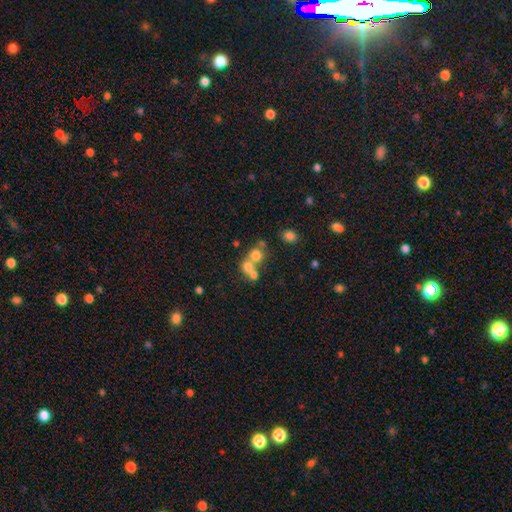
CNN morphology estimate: Smooth or featured?
  - smooth: 65% *
  - featured or disk: 19%
  - star or artifact: 16%
How rounded?
  - round: 82% *
  - in between: 17%
  - cigar-shaped: 1%
Merging?
  - merger: 53% *
  - none: 37%
  - minor disturbance: 6%
  - major disturbance: 4%